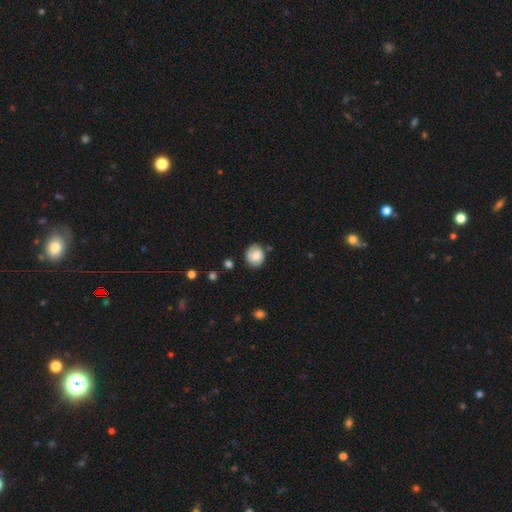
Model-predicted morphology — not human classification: This appears to be a smooth galaxy with no disk features (70%) that is round (73%). Merging: none (74%).